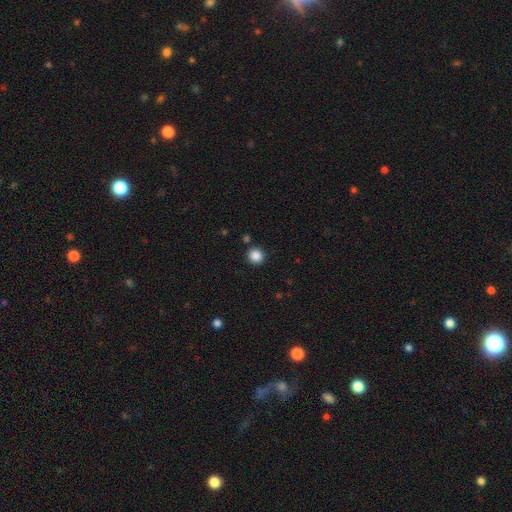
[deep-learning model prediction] smooth 86%, star or artifact 11%, featured or disk 3%. Down the decision tree: how rounded — round (94%); merging — none (90%).